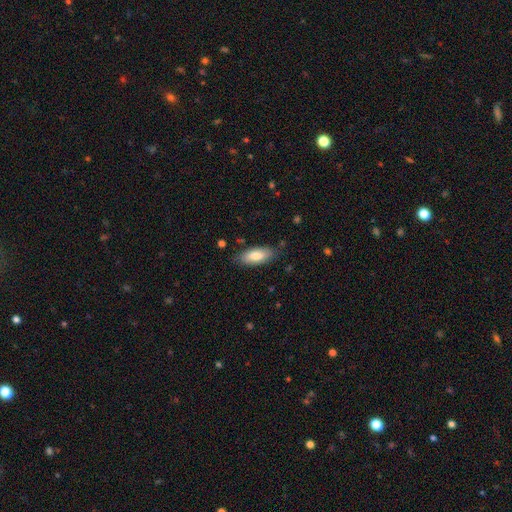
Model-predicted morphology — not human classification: smooth_or_featured: smooth (p=0.81) [alt: featured or disk p=0.13]
how_rounded: in between (p=0.81) [alt: cigar-shaped p=0.17]
merging: none (p=0.81) [alt: minor disturbance p=0.15]